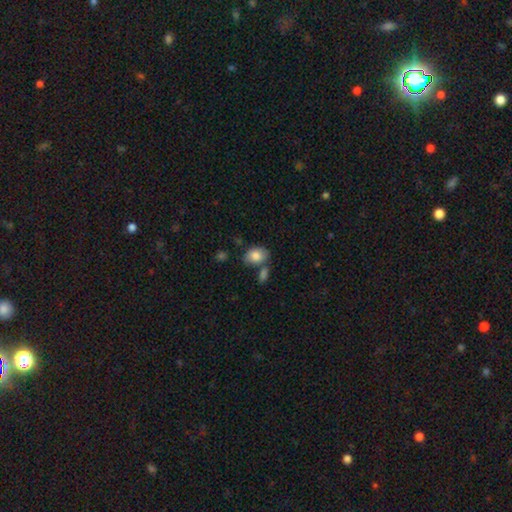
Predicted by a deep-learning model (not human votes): Morphology: type=smooth (83%); roundness=in between (80%); merging=none (58%).